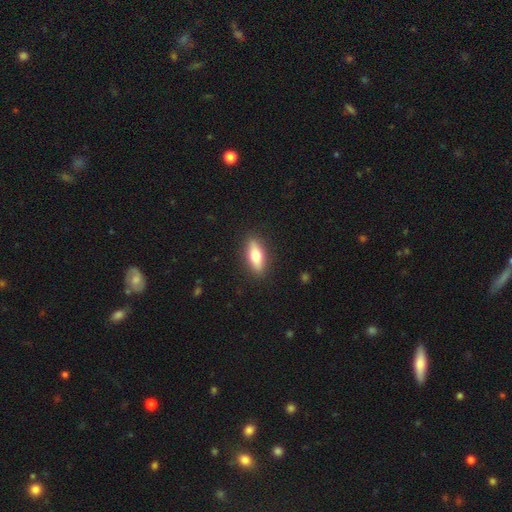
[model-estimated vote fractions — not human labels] A smooth galaxy with no disk features (63%) that is in between round and cigar-shaped (61%). Merging: none (89%).